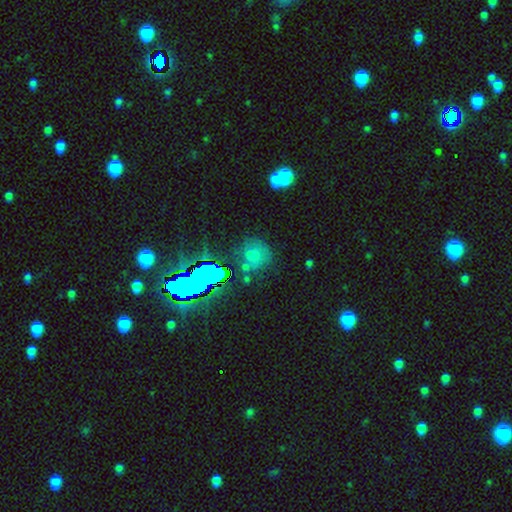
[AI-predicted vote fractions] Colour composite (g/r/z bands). It shows a smooth galaxy with no disk features (52%) that is round (78%). Merging: none (57%).